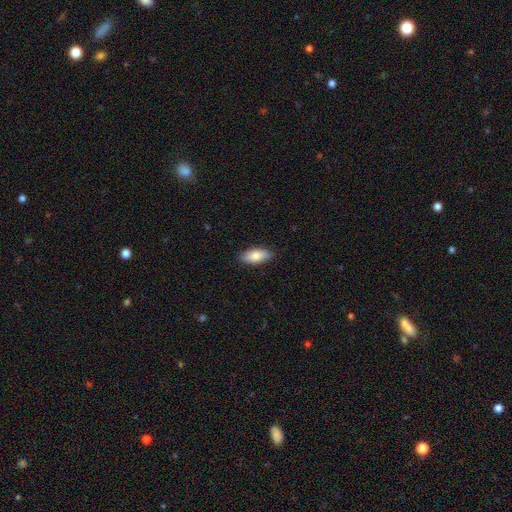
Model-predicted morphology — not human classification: The model was most divided on "smooth or featured": smooth: 82%, featured or disk: 12%, star or artifact: 6%. More confident: merging — none (88%); how rounded — in between (86%).